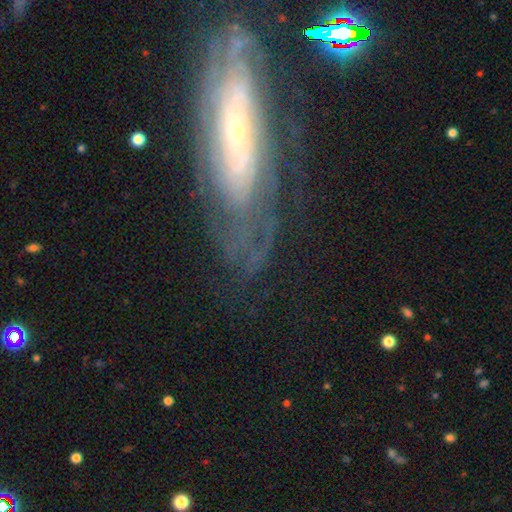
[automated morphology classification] type=featured or disk (73%); edge-on=no (83%); bar=no (64%); spiral arms=yes (82%); bulge=small (71%); merging=none (64%).